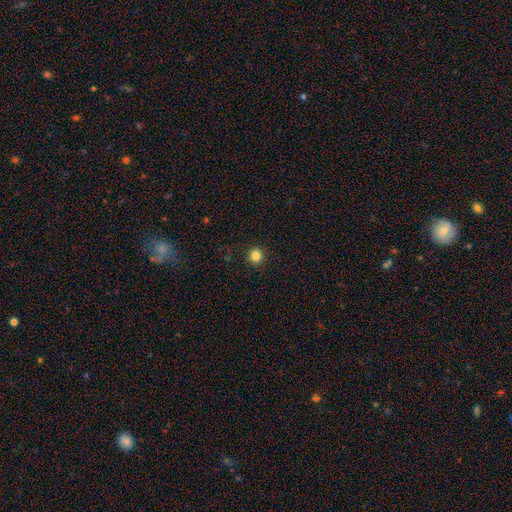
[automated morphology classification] The model was most divided on "smooth or featured": smooth: 84%, star or artifact: 12%, featured or disk: 4%. More confident: merging — none (92%); how rounded — round (92%).